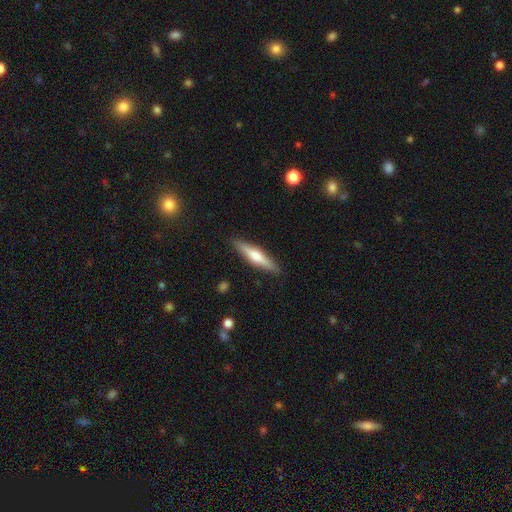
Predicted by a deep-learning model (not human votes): Smooth or featured?
  - featured or disk: 52% *
  - smooth: 42%
  - star or artifact: 6%
Edge-on disk?
  - yes: 96% *
  - no: 4%
Edge-on bulge?
  - rounded: 85% *
  - none: 8%
  - boxy: 7%
Merging?
  - none: 90% *
  - minor disturbance: 7%
  - major disturbance: 2%
  - merger: 1%